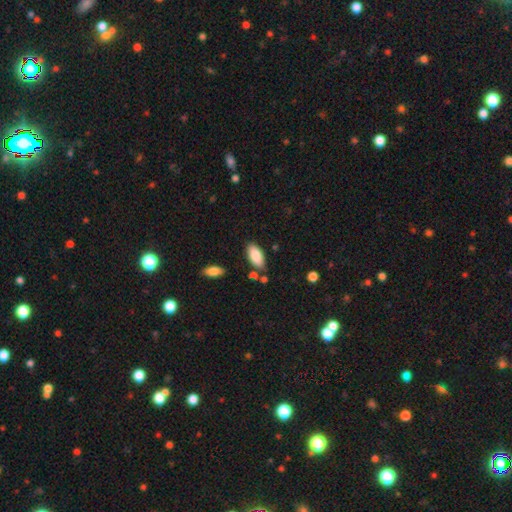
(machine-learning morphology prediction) Smooth or featured? Predicted: smooth (p=0.86). How rounded? Predicted: in between (p=0.92). Merging? Predicted: none (p=0.77).